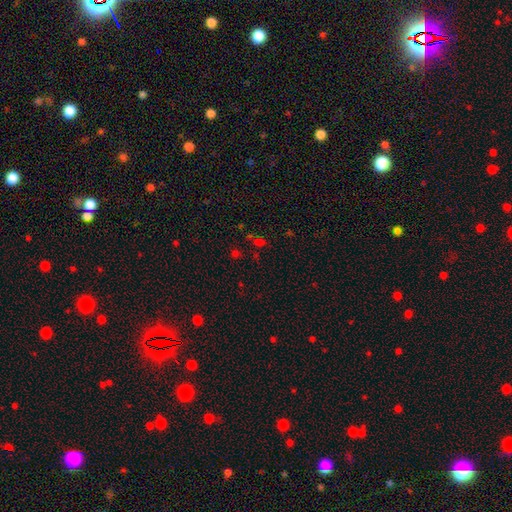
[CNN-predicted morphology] A star or artifact, not a galaxy (47%).